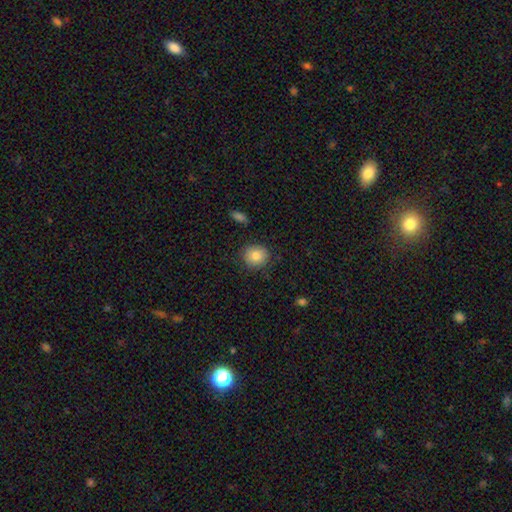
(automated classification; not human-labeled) Overall: smooth (83%). How rounded: round (83%). Merging: none (86%).